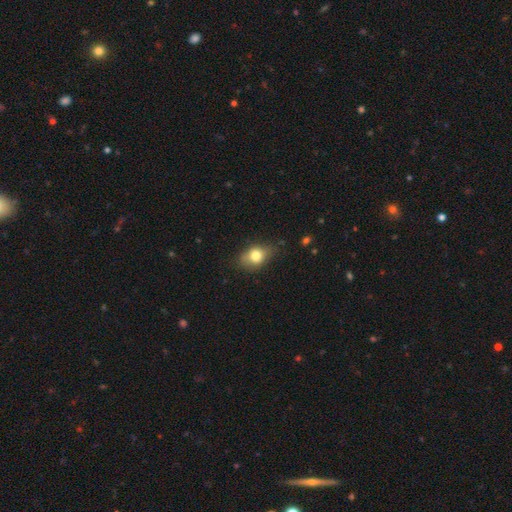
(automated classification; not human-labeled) smooth 76%, featured or disk 14%, star or artifact 9%. Down the decision tree: how rounded — in between (68%); merging — none (72%).